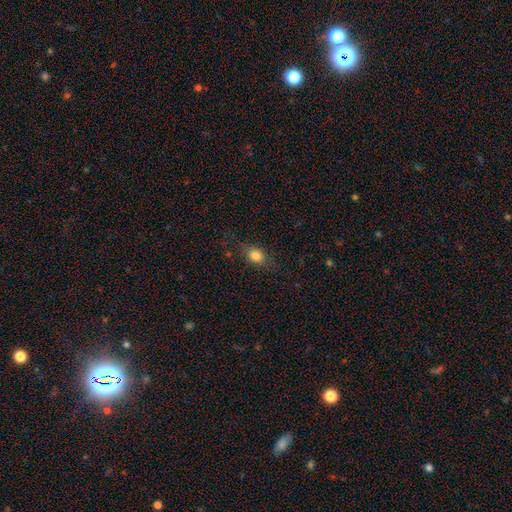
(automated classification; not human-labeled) Q: Smooth or featured?
A: smooth (77%); runner-up: featured or disk (13%)
Q: How rounded?
A: in between (57%); runner-up: round (37%)
Q: Merging?
A: none (71%); runner-up: minor disturbance (19%)